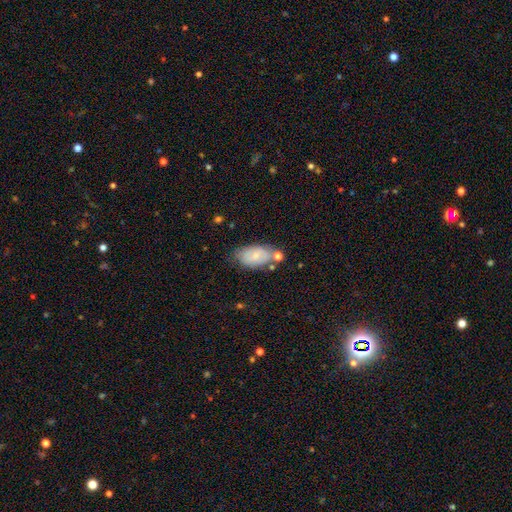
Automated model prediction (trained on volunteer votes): This is likely a smooth galaxy (68%). How rounded: clearly in between (93%). Merging: likely none (60%).